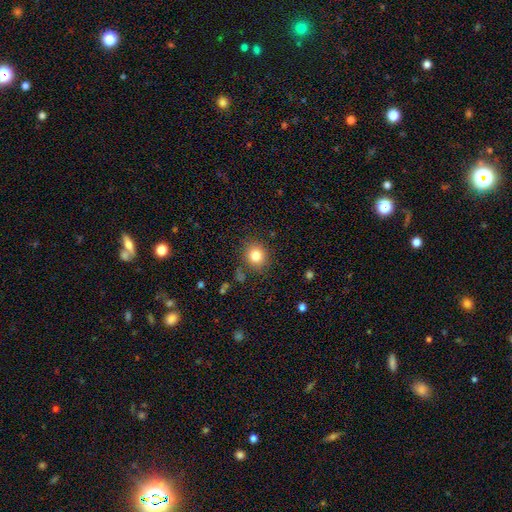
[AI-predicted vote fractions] Overall: smooth (83%). How rounded: round (78%). Merging: none (83%).